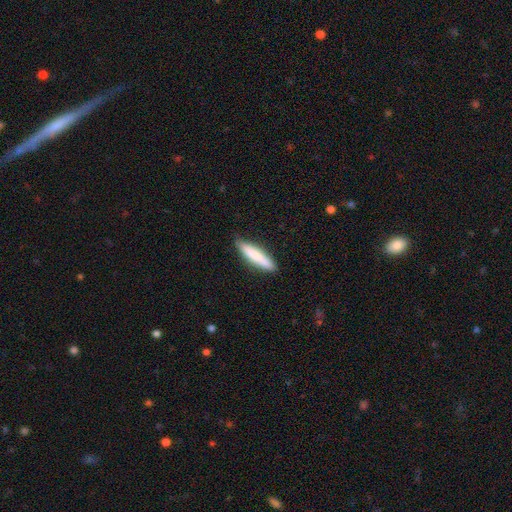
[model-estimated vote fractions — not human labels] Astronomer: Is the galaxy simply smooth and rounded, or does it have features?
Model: smooth — 78%.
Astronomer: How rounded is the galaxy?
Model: cigar-shaped — 83%.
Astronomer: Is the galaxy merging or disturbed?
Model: none — 83%.